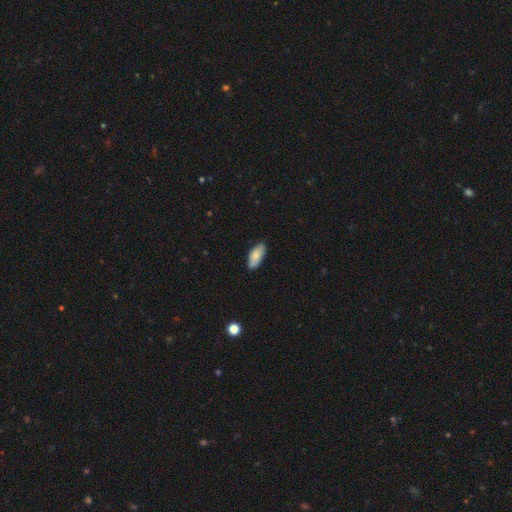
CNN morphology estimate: Q: Smooth or featured?
A: smooth (78%); runner-up: featured or disk (15%)
Q: How rounded?
A: in between (89%); runner-up: cigar-shaped (9%)
Q: Merging?
A: none (78%); runner-up: minor disturbance (18%)